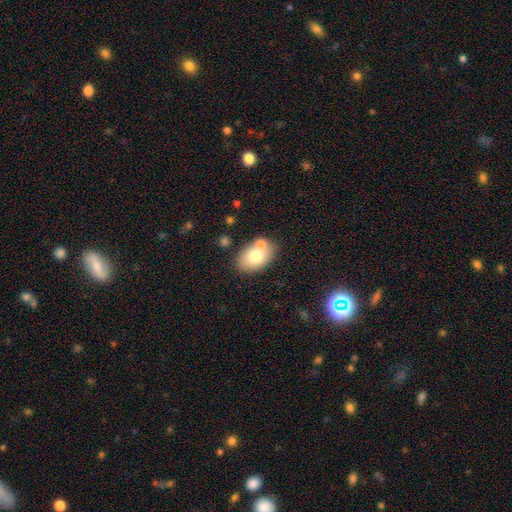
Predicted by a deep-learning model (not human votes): A smooth galaxy with no disk features (71%) that is in between round and cigar-shaped (86%).

Vote fractions:
- Smooth or featured? smooth: 71% / featured or disk: 21% / star or artifact: 8%
- How rounded? in between: 86% / round: 13% / cigar-shaped: 1%
- Merging? none: 63% / merger: 20% / minor disturbance: 13% / major disturbance: 3%